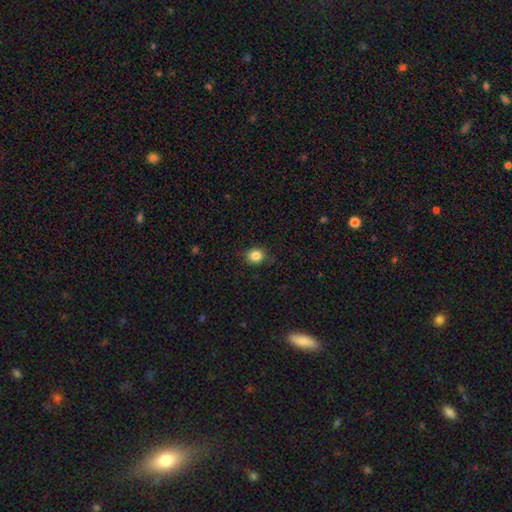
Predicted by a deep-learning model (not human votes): Morphology: type=smooth (84%); roundness=round (77%); merging=none (85%).